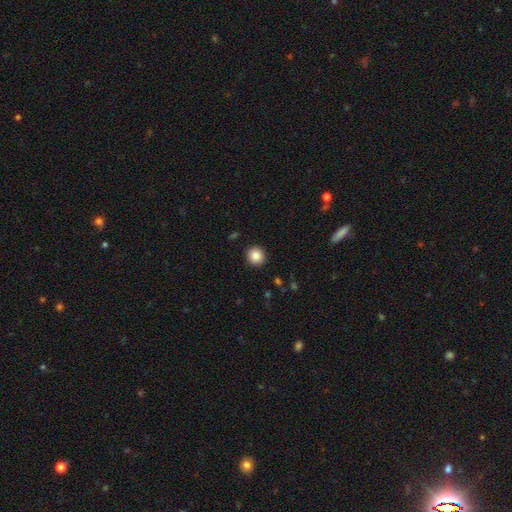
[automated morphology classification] Smooth or featured? smooth (86%)
How rounded? round (92%)
Merging? none (92%)